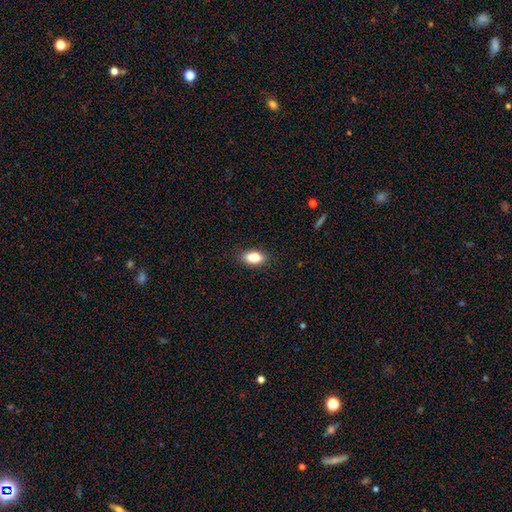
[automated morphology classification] smooth_or_featured: smooth (p=0.86) [alt: star or artifact p=0.08]
how_rounded: in between (p=0.90) [alt: round p=0.06]
merging: none (p=0.87) [alt: minor disturbance p=0.10]